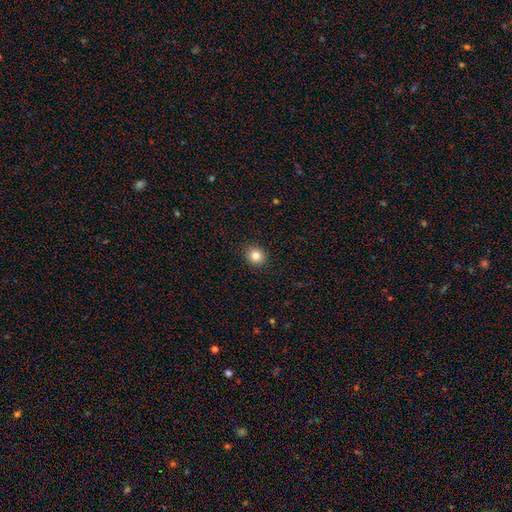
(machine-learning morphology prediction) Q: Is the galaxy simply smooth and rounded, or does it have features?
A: smooth — 83%.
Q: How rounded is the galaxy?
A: round — 83%.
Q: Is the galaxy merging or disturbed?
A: none — 91%.